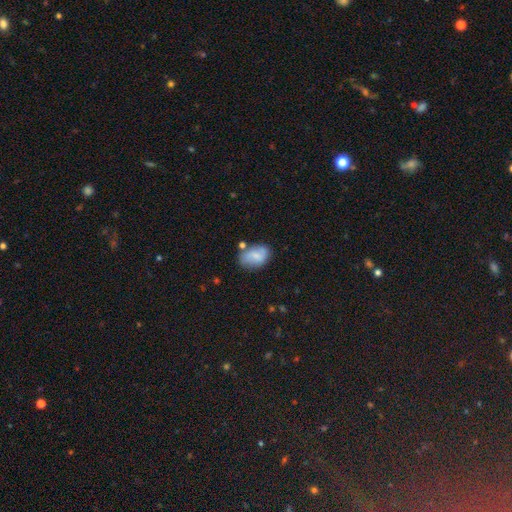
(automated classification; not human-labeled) A smooth galaxy with no disk features (65%) that is in between round and cigar-shaped (86%).

Vote fractions:
- Smooth or featured? smooth: 65% / featured or disk: 27% / star or artifact: 8%
- How rounded? in between: 86% / round: 13% / cigar-shaped: 2%
- Merging? none: 66% / minor disturbance: 21% / merger: 7% / major disturbance: 6%